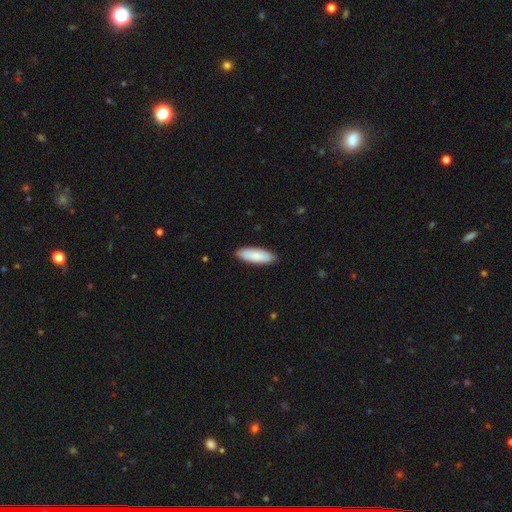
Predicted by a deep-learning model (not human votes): Smooth or featured? Predicted: smooth (p=0.86). How rounded? Predicted: in between (p=0.61). Merging? Predicted: none (p=0.88).